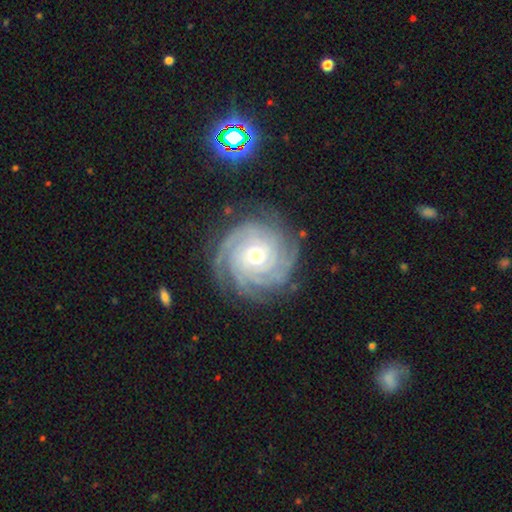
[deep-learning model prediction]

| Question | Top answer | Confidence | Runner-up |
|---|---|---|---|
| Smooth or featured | featured or disk | 89% | smooth (6%) |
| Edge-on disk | no | 97% | yes (3%) |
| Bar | no | 71% | weak (22%) |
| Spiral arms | yes | 98% | no (2%) |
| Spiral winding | tight | 84% | medium (13%) |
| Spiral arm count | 4 | 25% | can't tell (22%) |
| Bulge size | moderate | 61% | small (33%) |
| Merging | none | 81% | minor disturbance (13%) |